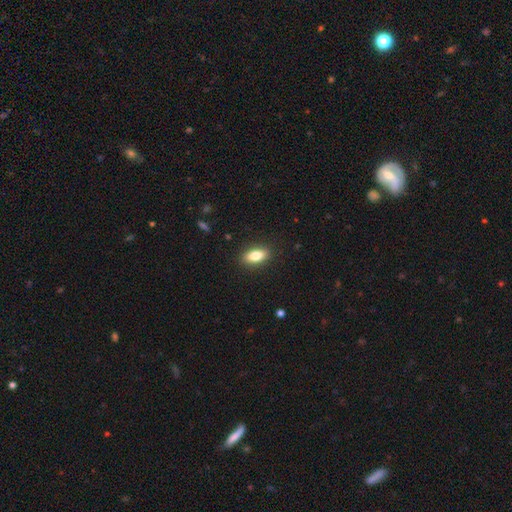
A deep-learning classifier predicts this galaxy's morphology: Smooth or featured: smooth — 80% (featured or disk — 13%)
How rounded: in between — 83% (cigar-shaped — 12%)
Merging: none — 88% (minor disturbance — 8%)